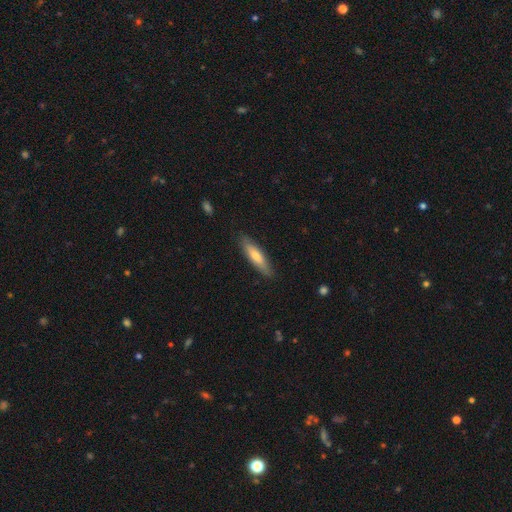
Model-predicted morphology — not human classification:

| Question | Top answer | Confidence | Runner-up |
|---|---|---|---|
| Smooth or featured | smooth | 64% | featured or disk (30%) |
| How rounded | cigar-shaped | 75% | in between (23%) |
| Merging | none | 87% | minor disturbance (10%) |